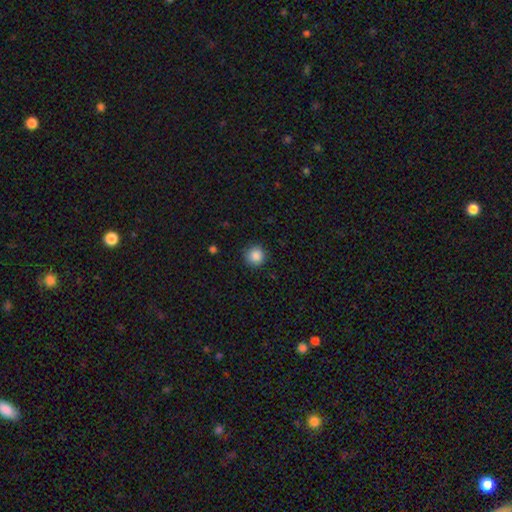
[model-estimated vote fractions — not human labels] This appears to be a smooth galaxy with no disk features (88%) that is round (94%). Merging: none (90%).